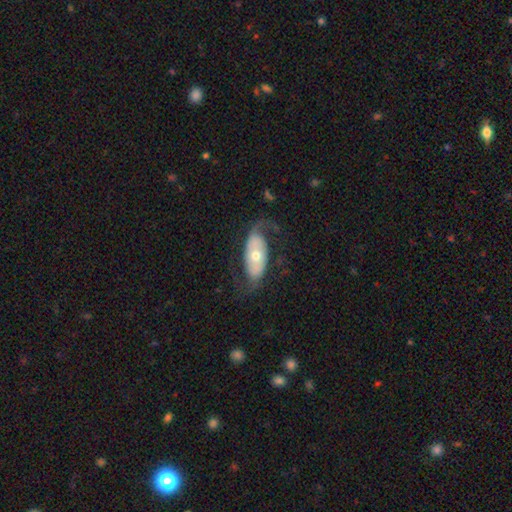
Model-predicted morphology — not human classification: This appears to be a featured or disk galaxy (67%) with no bar (70%), spiral arms (79%) and a moderate central bulge (62%). Merging: none (62%).